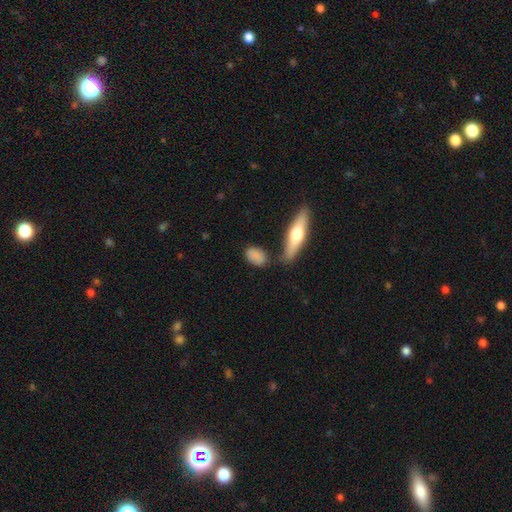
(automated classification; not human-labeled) The model was most divided on "merging": none: 68%, minor disturbance: 17%, merger: 10%, major disturbance: 5%. More confident: how rounded — in between (82%); smooth or featured — smooth (81%).